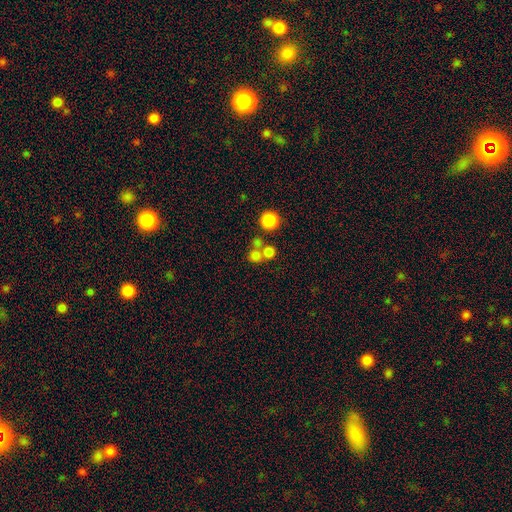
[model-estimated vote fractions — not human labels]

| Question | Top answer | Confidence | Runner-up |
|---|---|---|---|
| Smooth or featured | smooth | 74% | star or artifact (16%) |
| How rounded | round | 89% | in between (10%) |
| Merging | none | 54% | merger (36%) |